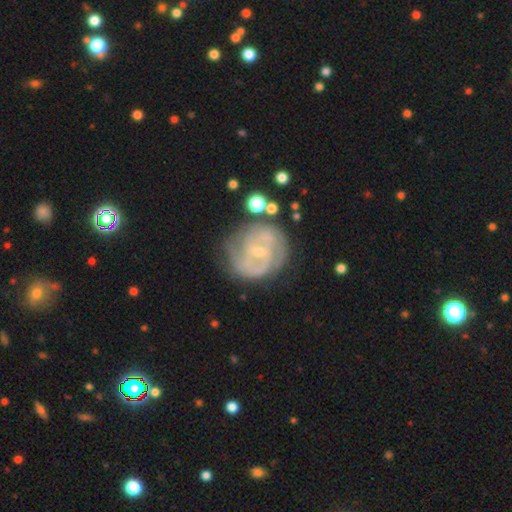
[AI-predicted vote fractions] featured or disk 78%, smooth 12%, star or artifact 10%. Down the decision tree: edge-on disk — no (97%); bar — no (49%); spiral arms — yes (92%); spiral arm count — 2 (39%); spiral winding — tight (62%); bulge size — small (76%); merging — none (71%).